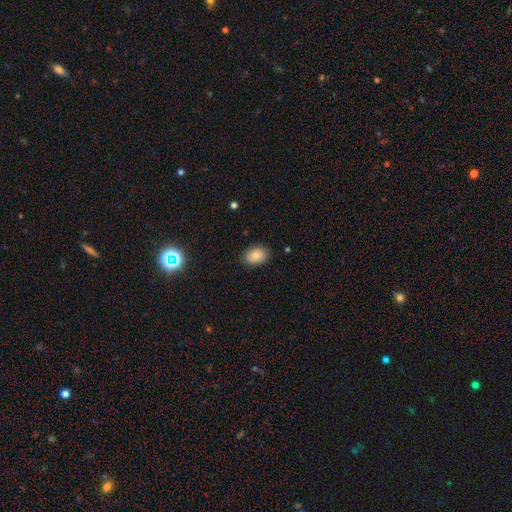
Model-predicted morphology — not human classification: smooth_or_featured: smooth (p=0.83) [alt: star or artifact p=0.09]
how_rounded: in between (p=0.73) [alt: round p=0.26]
merging: none (p=0.85) [alt: minor disturbance p=0.12]